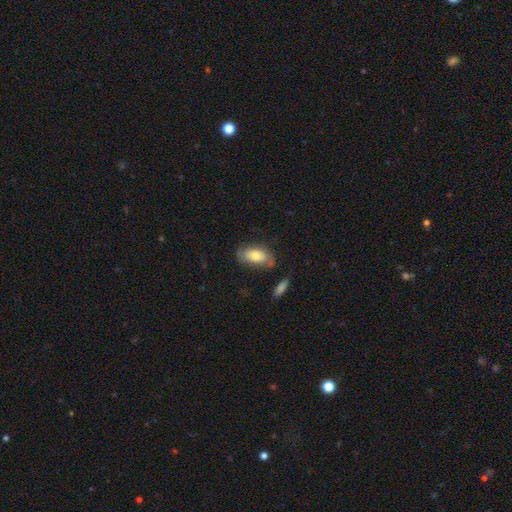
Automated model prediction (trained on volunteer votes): This is likely a smooth galaxy (67%). How rounded: clearly in between (90%). Merging: likely none (65%).